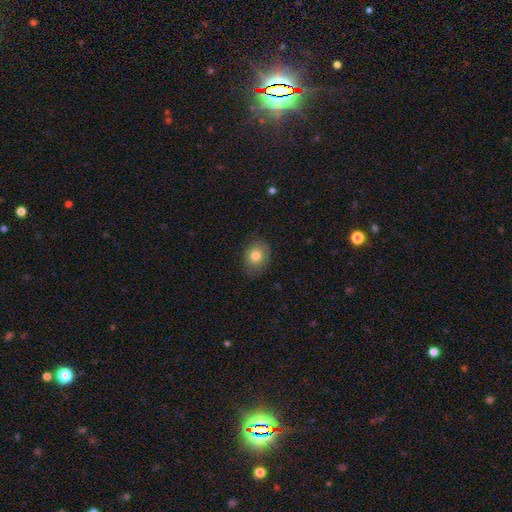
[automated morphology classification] A smooth galaxy with no disk features (78%) that is in between round and cigar-shaped (56%). Merging: none (79%).